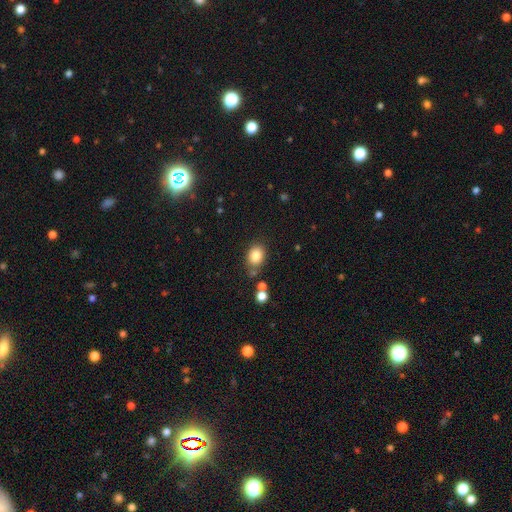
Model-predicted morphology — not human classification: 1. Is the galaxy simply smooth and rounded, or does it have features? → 83% smooth, 10% star or artifact, 7% featured or disk.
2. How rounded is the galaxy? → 59% in between, 40% round, 1% cigar-shaped.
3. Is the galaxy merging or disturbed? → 73% none, 15% minor disturbance, 8% merger, 4% major disturbance.